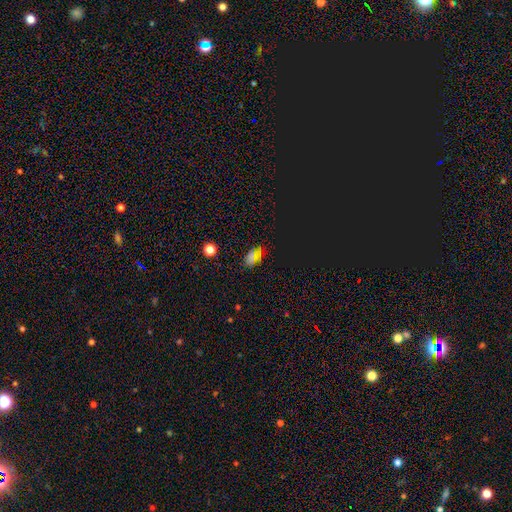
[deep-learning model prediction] smooth_or_featured: smooth (p=0.55) [alt: star or artifact p=0.37]
how_rounded: in between (p=0.86) [alt: round p=0.10]
merging: none (p=0.79) [alt: minor disturbance p=0.14]